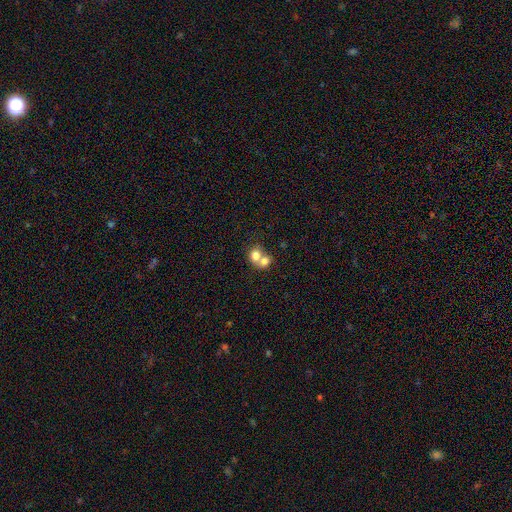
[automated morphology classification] This is likely a smooth galaxy (75%). How rounded: likely round (61%). Merging: likely merger (69%).